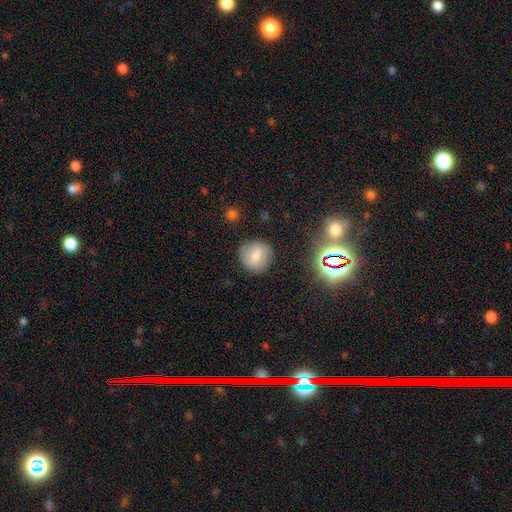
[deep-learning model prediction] Morphology: type=smooth (74%); roundness=round (89%); merging=none (84%).